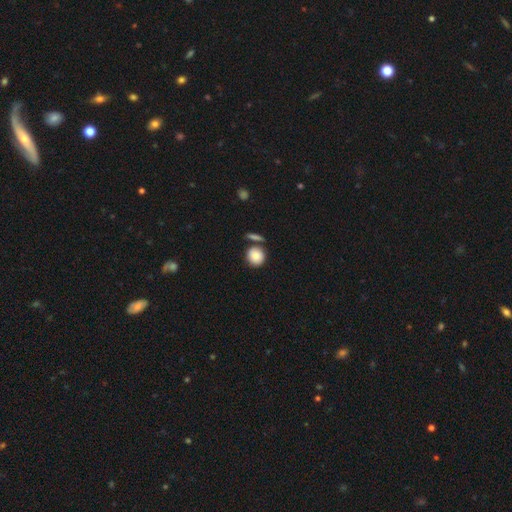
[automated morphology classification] type=smooth (84%); roundness=round (87%); merging=none (71%).